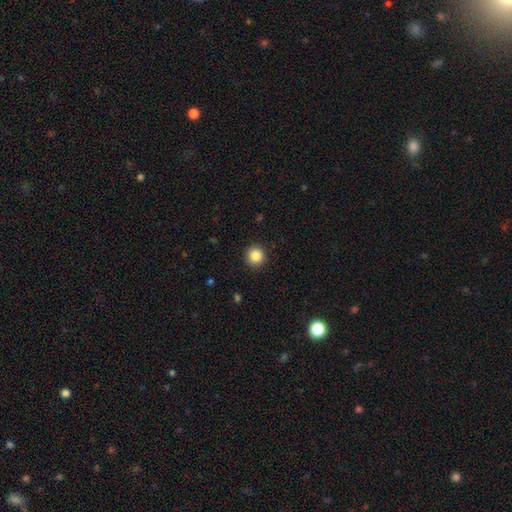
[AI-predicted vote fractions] A smooth galaxy with no disk features (86%) that is round (95%). Merging: none (92%).